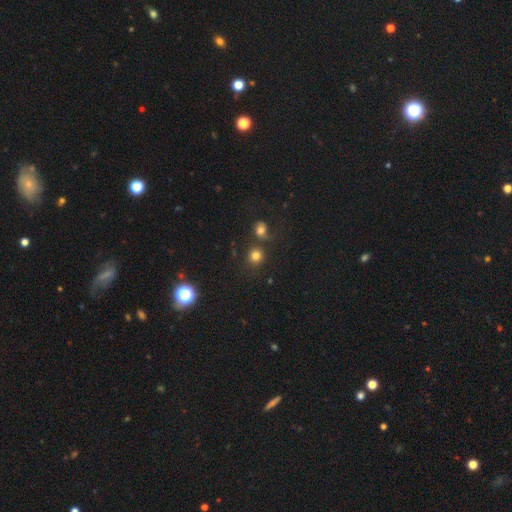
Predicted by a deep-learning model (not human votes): The model was most divided on "merging": none: 69%, merger: 18%, minor disturbance: 8%, major disturbance: 5%. More confident: how rounded — round (90%); smooth or featured — smooth (78%).